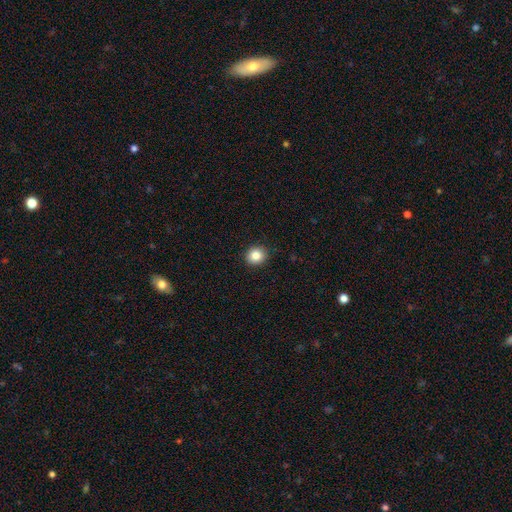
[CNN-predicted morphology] smooth-or-featured: smooth: 84% | star or artifact: 10% | featured or disk: 6%
  how-rounded: round: 83% | in between: 16% | cigar-shaped: 1%
  merging: none: 92% | minor disturbance: 6% | major disturbance: 2% | merger: 1%